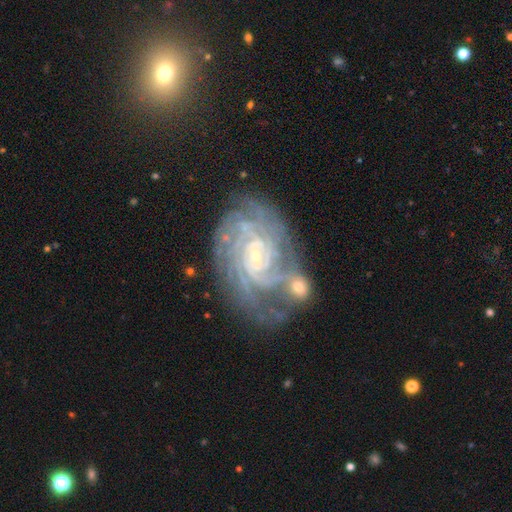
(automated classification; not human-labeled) This is clearly a featured or disk galaxy (88%). It is clearly not viewed edge-on (97%). Bar: likely no (62%). Spiral arm pattern: clearly yes (97%). Spiral arm count: marginally can't tell (26%). Spiral winding: likely tight (71%). Central bulge: clearly small (83%). Merging: possibly none (51%).